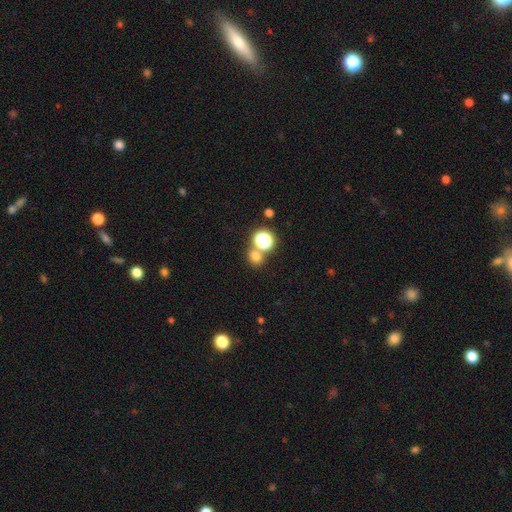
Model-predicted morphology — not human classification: Smooth or featured: smooth — 69% (star or artifact — 24%)
How rounded: round — 75% (in between — 24%)
Merging: none — 67% (merger — 22%)